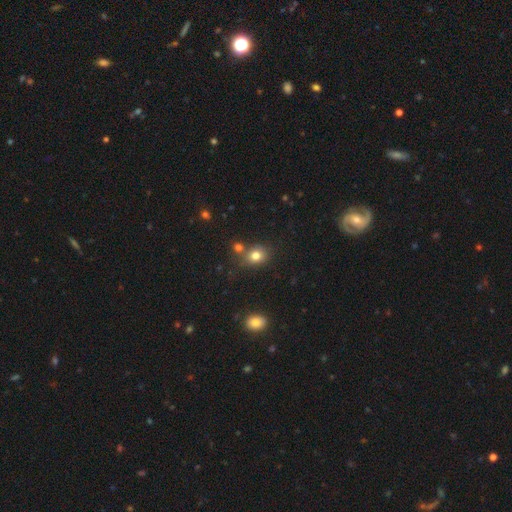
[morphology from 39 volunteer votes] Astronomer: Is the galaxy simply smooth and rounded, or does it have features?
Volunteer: smooth — 64%.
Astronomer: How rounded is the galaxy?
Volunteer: in between — 52% (runner-up: round, 48%).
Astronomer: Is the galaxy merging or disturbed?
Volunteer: none — 50%.